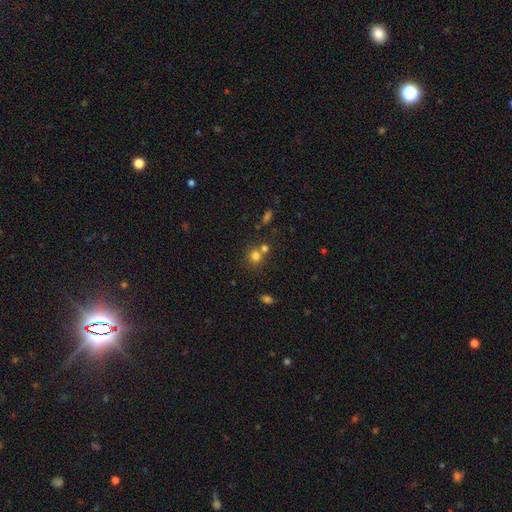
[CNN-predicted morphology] Q: Smooth or featured?
A: smooth (76%); runner-up: star or artifact (16%)
Q: How rounded?
A: round (84%); runner-up: in between (15%)
Q: Merging?
A: none (55%); runner-up: merger (34%)